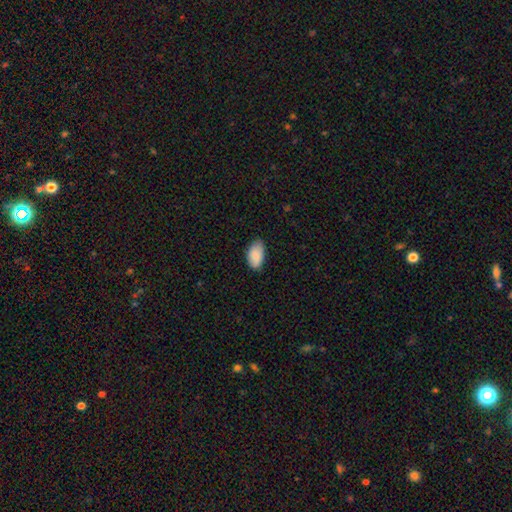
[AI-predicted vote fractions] Smooth or featured?
  - smooth: 89% *
  - star or artifact: 6%
  - featured or disk: 5%
How rounded?
  - in between: 95% *
  - round: 4%
  - cigar-shaped: 2%
Merging?
  - none: 74% *
  - minor disturbance: 22%
  - major disturbance: 3%
  - merger: 1%